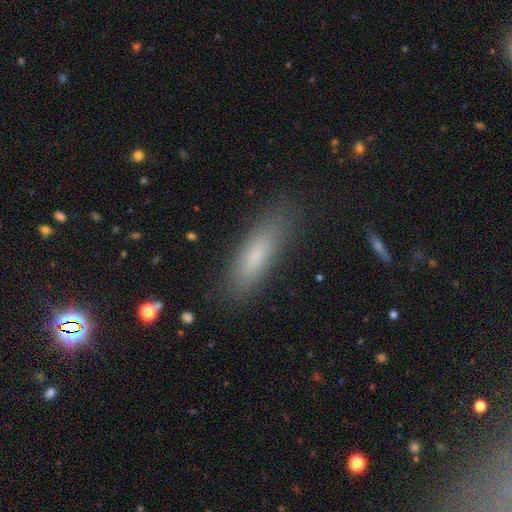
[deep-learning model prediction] This appears to be a smooth galaxy with no disk features (76%) that is cigar-shaped (59%). Merging: none (84%).